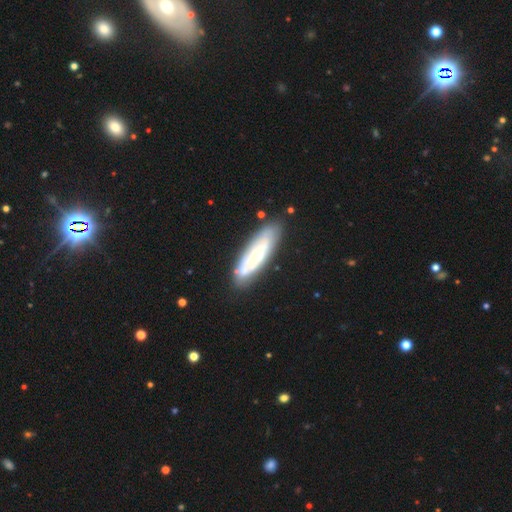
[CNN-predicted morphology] This is possibly a featured or disk galaxy (53%). It is likely not viewed edge-on (67%). Merging: likely none (76%).